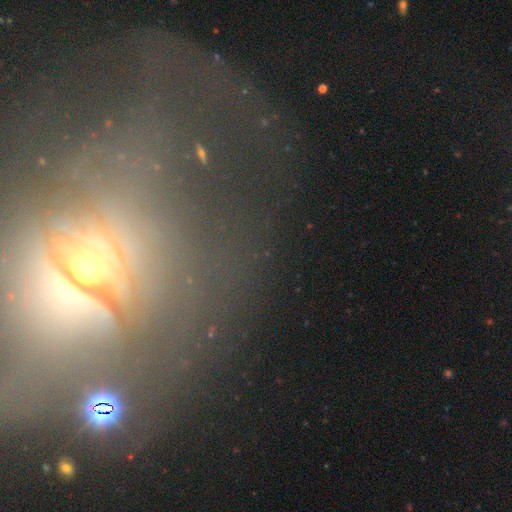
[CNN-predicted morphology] A star or artifact, not a galaxy (44%).